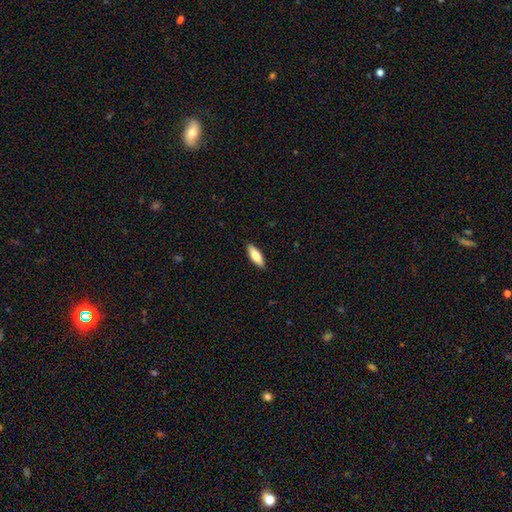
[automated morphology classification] Smooth or featured: smooth — 80% (featured or disk — 15%)
How rounded: in between — 60% (cigar-shaped — 38%)
Merging: none — 89% (minor disturbance — 8%)